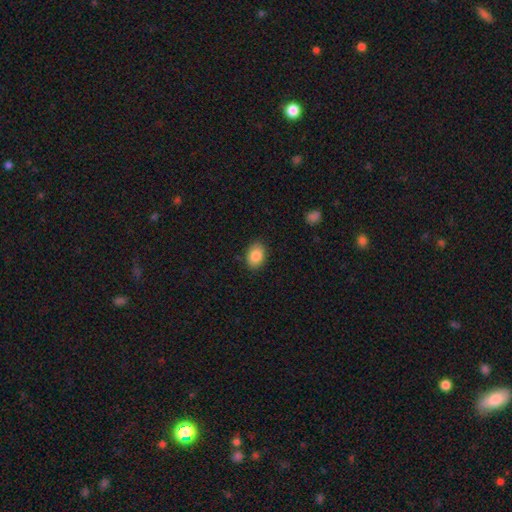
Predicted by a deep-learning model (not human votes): Smooth or featured? smooth (87%)
How rounded? in between (80%)
Merging? none (87%)